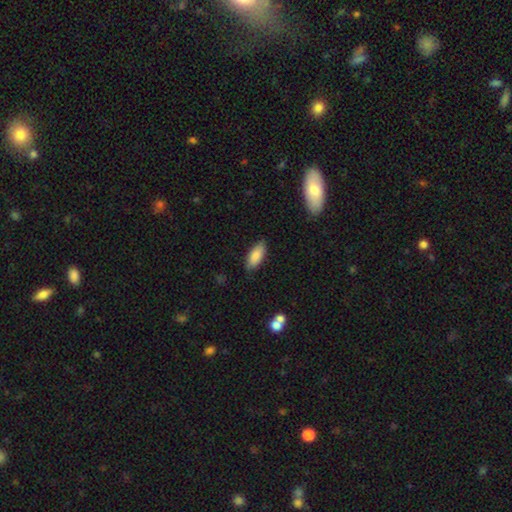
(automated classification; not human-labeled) Smooth or featured: smooth — 85% (featured or disk — 9%)
How rounded: in between — 80% (cigar-shaped — 18%)
Merging: none — 83% (minor disturbance — 13%)